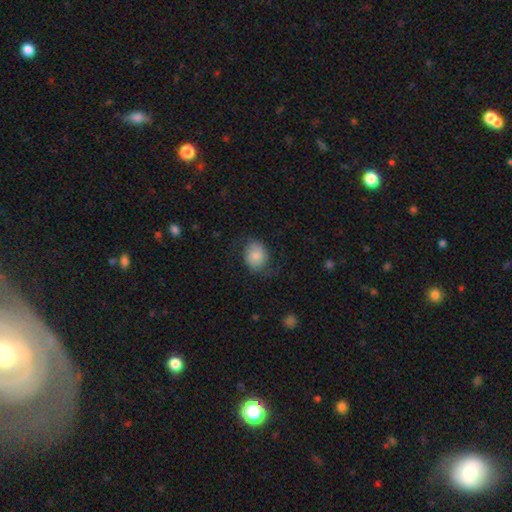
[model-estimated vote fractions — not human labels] smooth 72%, featured or disk 20%, star or artifact 8%. Down the decision tree: how rounded — round (61%); merging — none (64%).